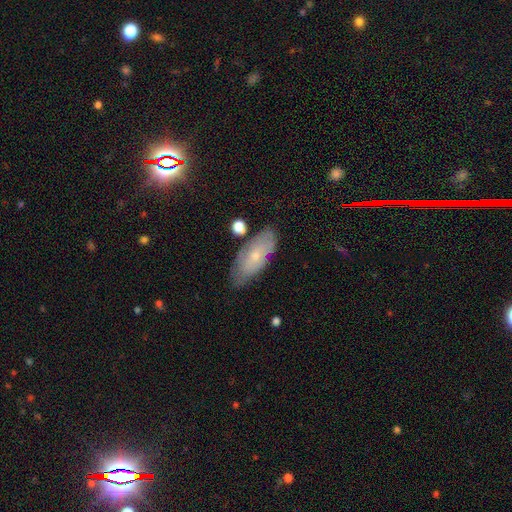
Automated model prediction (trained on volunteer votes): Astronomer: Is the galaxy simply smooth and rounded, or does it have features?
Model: smooth — 51% (runner-up: featured or disk, 41%).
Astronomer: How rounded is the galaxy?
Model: in between — 83%.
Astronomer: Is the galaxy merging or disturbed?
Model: none — 69%.